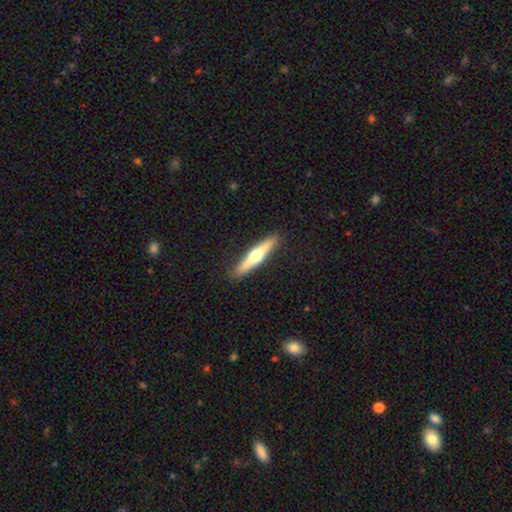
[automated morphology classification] Smooth or featured: featured or disk — 57% (smooth — 39%)
Edge-on disk: yes — 96% (no — 4%)
Edge-on bulge: rounded — 91% (none — 6%)
Merging: none — 91% (minor disturbance — 7%)